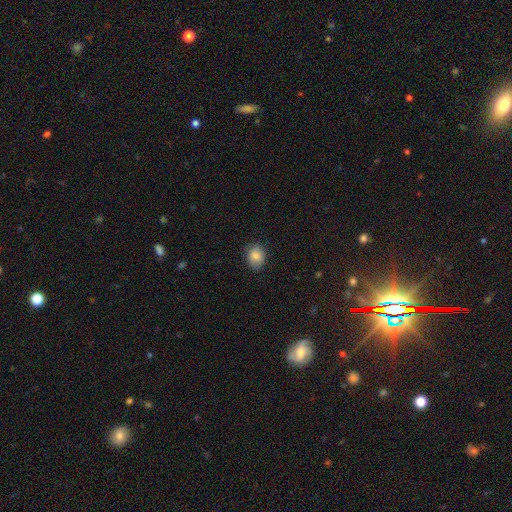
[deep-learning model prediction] Morphology: type=smooth (82%); roundness=in between (56%); merging=none (78%).